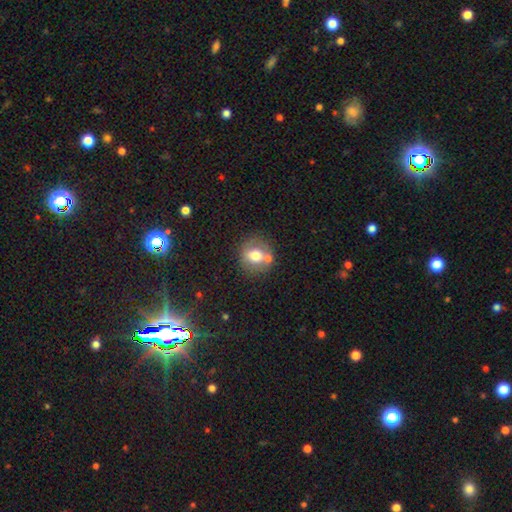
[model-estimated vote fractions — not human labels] smooth_or_featured: smooth (p=0.69) [alt: featured or disk p=0.21]
how_rounded: round (p=0.84) [alt: in between p=0.15]
merging: none (p=0.67) [alt: merger p=0.17]